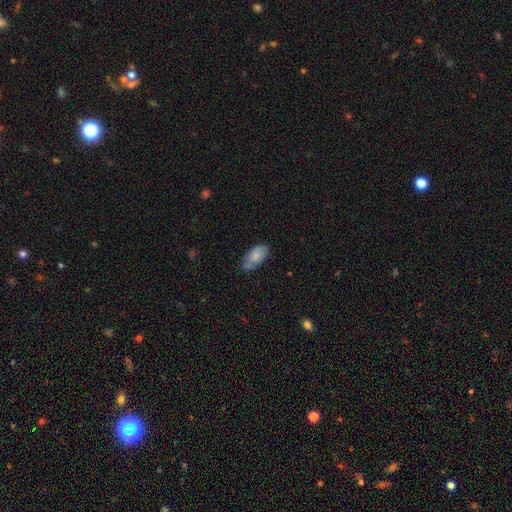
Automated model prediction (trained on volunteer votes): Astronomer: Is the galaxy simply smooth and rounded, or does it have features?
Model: smooth — 76%.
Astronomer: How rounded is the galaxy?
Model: in between — 93%.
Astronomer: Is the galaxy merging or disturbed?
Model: none — 62%.